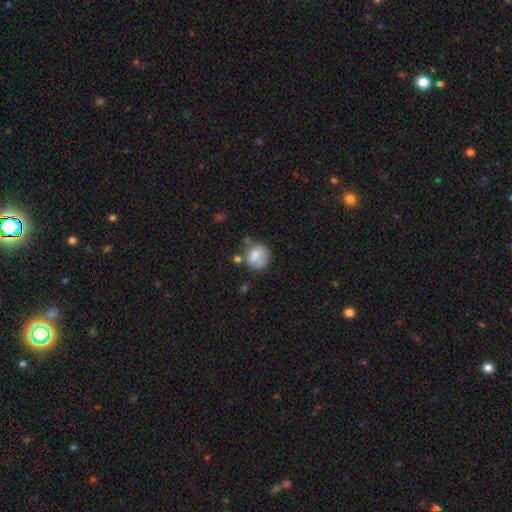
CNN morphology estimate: Smooth or featured: smooth — 73% (featured or disk — 18%)
How rounded: round — 70% (in between — 29%)
Merging: none — 46% (minor disturbance — 27%)